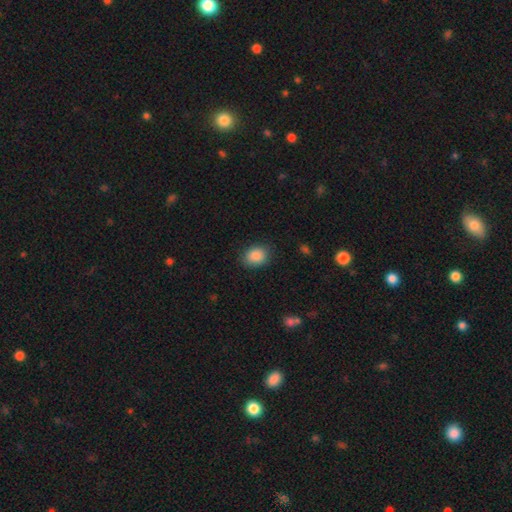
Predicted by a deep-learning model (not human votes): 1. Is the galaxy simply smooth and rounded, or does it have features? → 88% smooth, 8% star or artifact, 4% featured or disk.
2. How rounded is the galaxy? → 50% in between, 49% round, 1% cigar-shaped.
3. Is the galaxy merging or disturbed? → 85% none, 11% minor disturbance, 3% major disturbance, 1% merger.